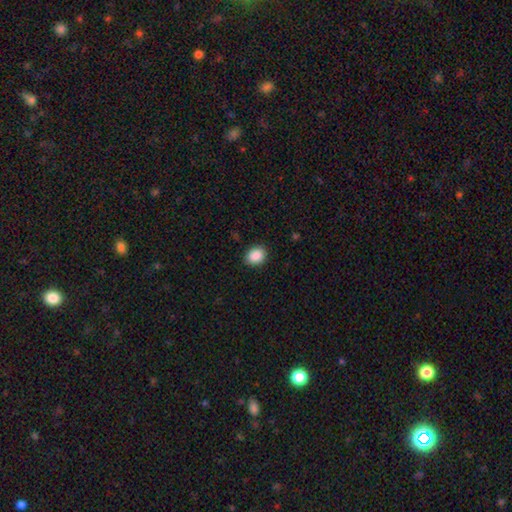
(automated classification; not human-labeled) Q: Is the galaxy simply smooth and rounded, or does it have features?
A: smooth — 89%.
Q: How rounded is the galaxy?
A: in between — 54%.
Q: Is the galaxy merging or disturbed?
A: none — 90%.